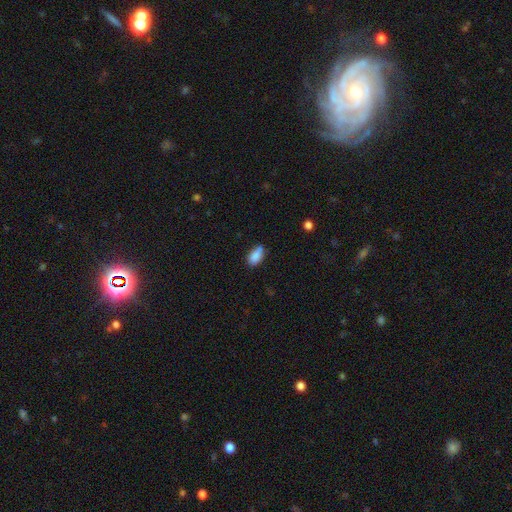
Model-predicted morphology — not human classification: Overall: smooth (85%). How rounded: in between (91%). Merging: none (65%).